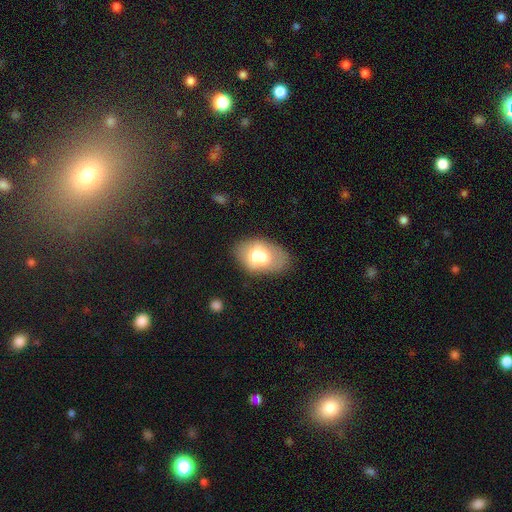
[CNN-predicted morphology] The model was most divided on "merging": none: 39%, merger: 29%, minor disturbance: 21%, major disturbance: 11%. More confident: how rounded — in between (84%); smooth or featured — smooth (63%).